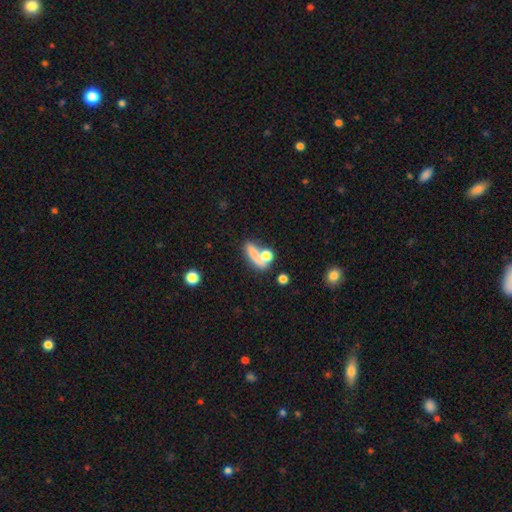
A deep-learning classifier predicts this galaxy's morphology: The model was most divided on "merging": merger: 38%, none: 37%, minor disturbance: 13%, major disturbance: 12%. Remaining: smooth or featured — smooth (65%); how rounded — in between (44%).